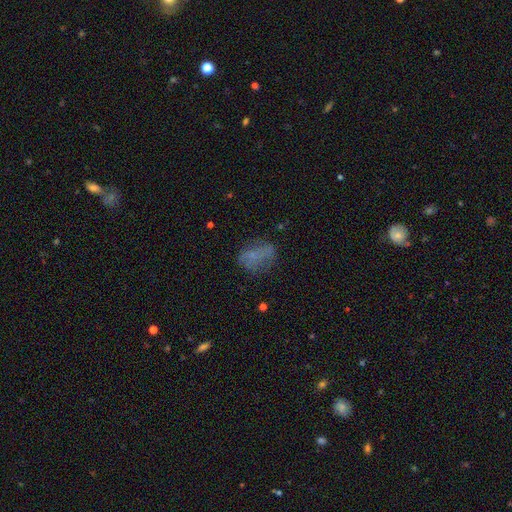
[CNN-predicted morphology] Smooth or featured: smooth — 54% (featured or disk — 28%)
How rounded: in between — 74% (round — 23%)
Merging: none — 53% (minor disturbance — 24%)